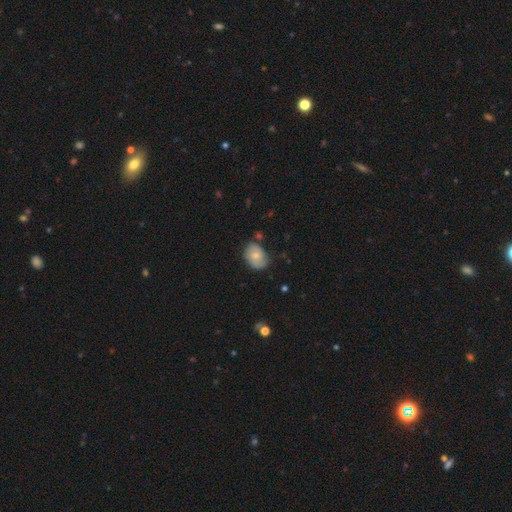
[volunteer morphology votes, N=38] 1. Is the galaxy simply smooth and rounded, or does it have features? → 61% smooth, 39% featured or disk, 0% star or artifact.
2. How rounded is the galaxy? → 70% in between, 30% round, 0% cigar-shaped.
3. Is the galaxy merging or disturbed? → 61% none, 26% minor disturbance, 11% major disturbance, 3% merger.